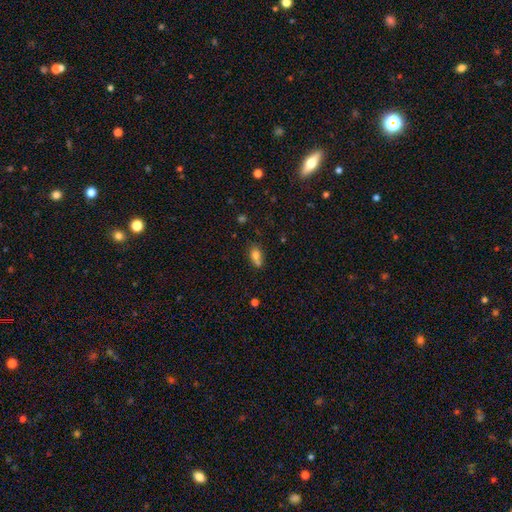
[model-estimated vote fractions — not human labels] smooth_or_featured: smooth (p=0.74) [alt: featured or disk p=0.14]
how_rounded: in between (p=0.67) [alt: round p=0.30]
merging: none (p=0.39) [tied with: merger p=0.39]